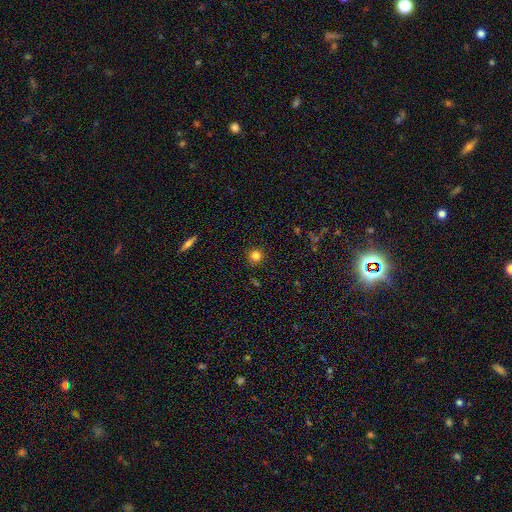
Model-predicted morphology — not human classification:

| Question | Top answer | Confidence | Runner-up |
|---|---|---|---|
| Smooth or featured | smooth | 82% | star or artifact (13%) |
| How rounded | round | 93% | in between (5%) |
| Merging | none | 90% | minor disturbance (7%) |